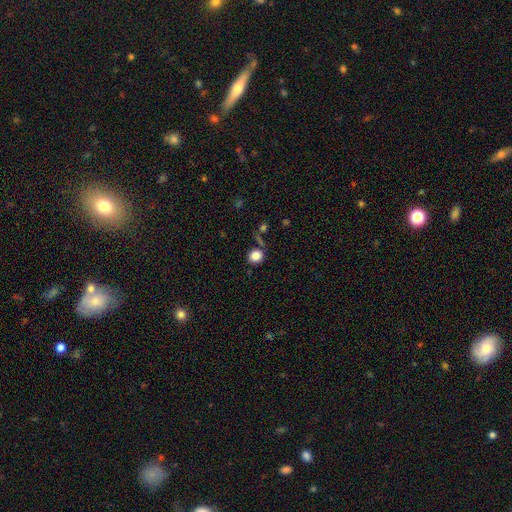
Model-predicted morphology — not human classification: type=smooth (84%); roundness=round (82%); merging=none (75%).